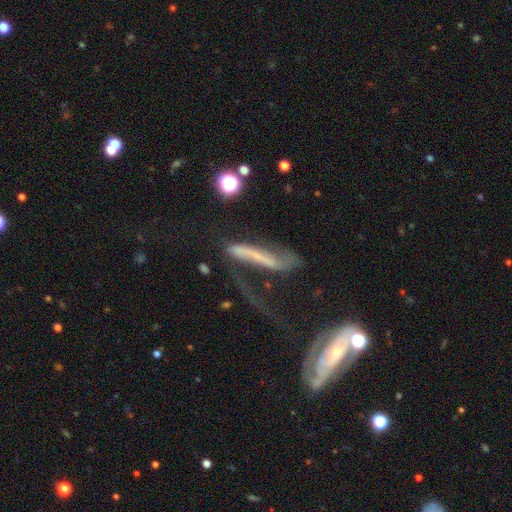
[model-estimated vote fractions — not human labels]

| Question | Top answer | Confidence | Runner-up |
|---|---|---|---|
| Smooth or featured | featured or disk | 63% | smooth (25%) |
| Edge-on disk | no | 61% | yes (39%) |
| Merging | major disturbance | 40% | none (28%) |